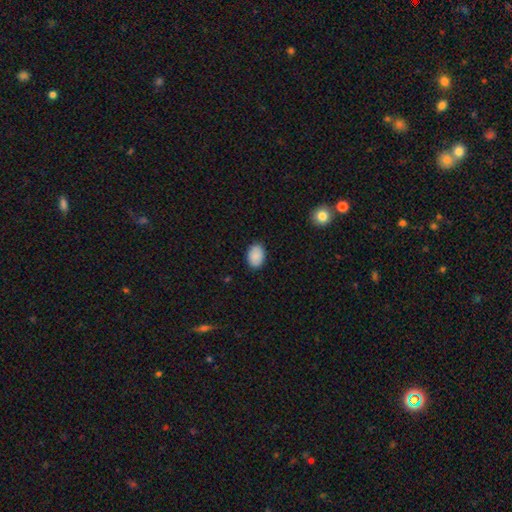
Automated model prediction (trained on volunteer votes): Smooth or featured?
  - smooth: 89% *
  - star or artifact: 7%
  - featured or disk: 5%
How rounded?
  - in between: 82% *
  - round: 17%
  - cigar-shaped: 1%
Merging?
  - none: 87% *
  - minor disturbance: 10%
  - major disturbance: 2%
  - merger: 1%